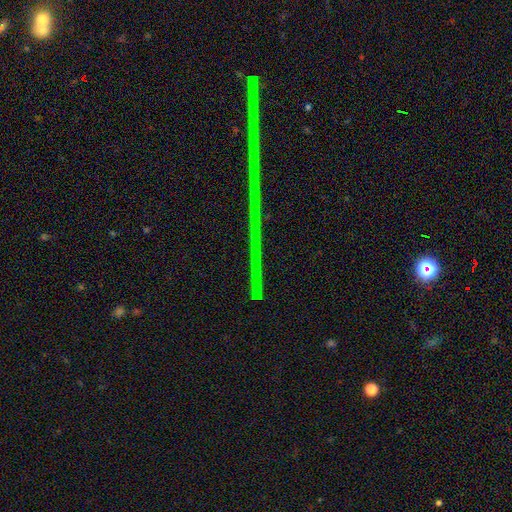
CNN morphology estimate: This is likely a star or artifact rather than a galaxy (77%).